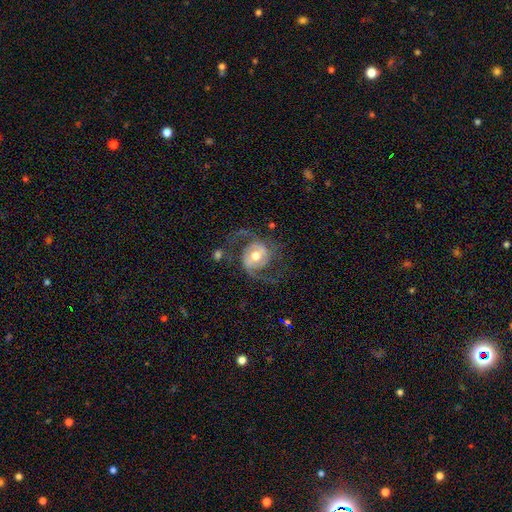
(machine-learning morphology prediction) A featured or disk galaxy (84%) with no bar (47%), 2 (89%) medium (46%) spiral arms (93%) and a moderate central bulge (73%).

Vote fractions:
- Smooth or featured? featured or disk: 84% / smooth: 11% / star or artifact: 5%
- Edge-on disk? no: 97% / yes: 3%
- Bar? no: 47% / weak: 38% / strong: 15%
- Spiral arms? yes: 93% / no: 7%
- Spiral winding? medium: 46% / loose: 43% / tight: 11%
- Spiral arm count? 2: 89% / can't tell: 3% / 1: 3% / 3: 3% / 4: 1% / more than 4: 1%
- Bulge size? moderate: 73% / small: 13% / large: 12% / dominant: 1% / none: 1%
- Merging? none: 63% / major disturbance: 19% / minor disturbance: 15% / merger: 3%